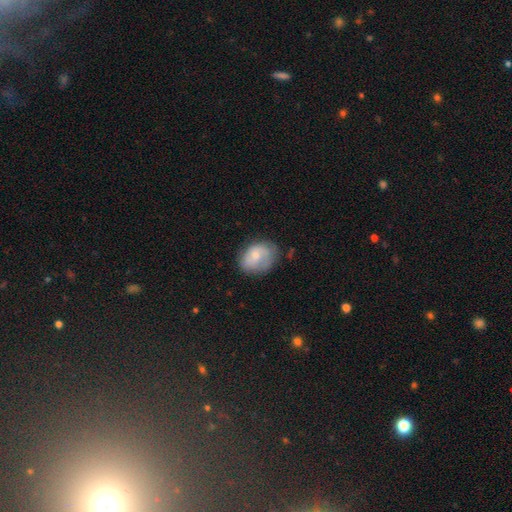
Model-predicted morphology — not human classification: smooth_or_featured: smooth (p=0.55) [alt: featured or disk p=0.38]
how_rounded: in between (p=0.61) [alt: round p=0.38]
merging: none (p=0.61) [alt: minor disturbance p=0.27]